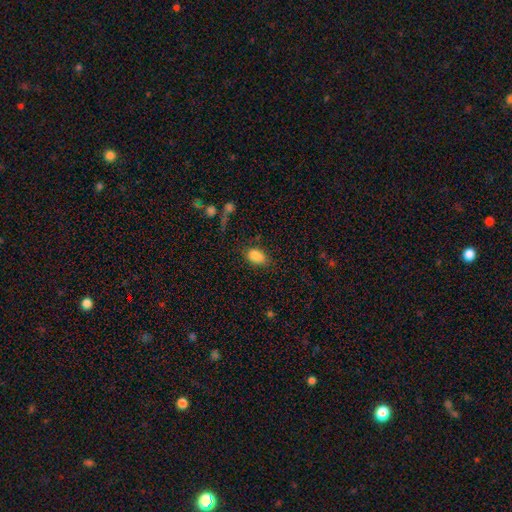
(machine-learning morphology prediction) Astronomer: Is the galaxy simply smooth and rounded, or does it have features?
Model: smooth — 86%.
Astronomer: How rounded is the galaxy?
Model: in between — 89%.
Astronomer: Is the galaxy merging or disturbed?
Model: none — 70%.